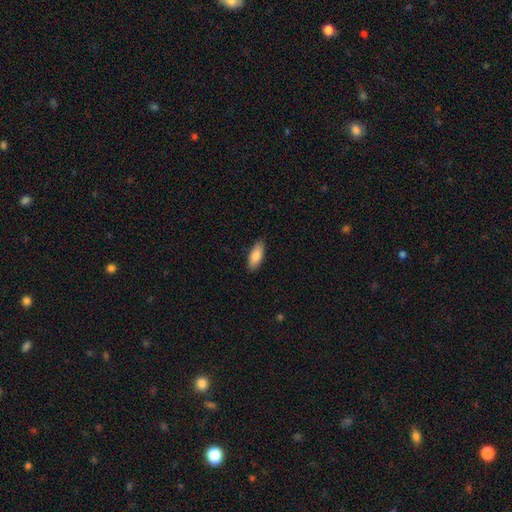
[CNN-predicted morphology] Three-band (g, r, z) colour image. It shows a smooth galaxy with no disk features (84%) that is in between round and cigar-shaped (81%). Merging: none (87%).